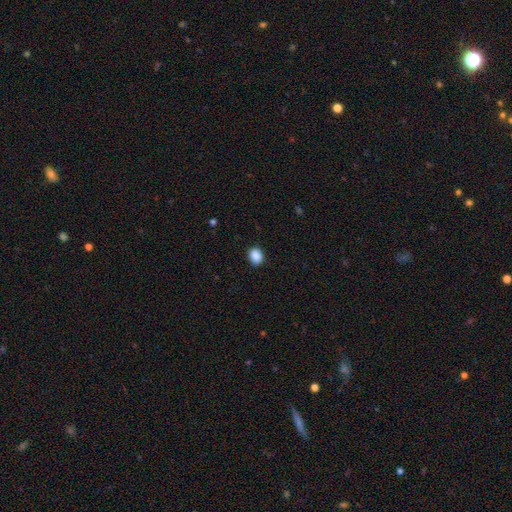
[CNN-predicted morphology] Smooth or featured: smooth — 89% (star or artifact — 8%)
How rounded: in between — 52% (round — 47%)
Merging: none — 89% (minor disturbance — 8%)